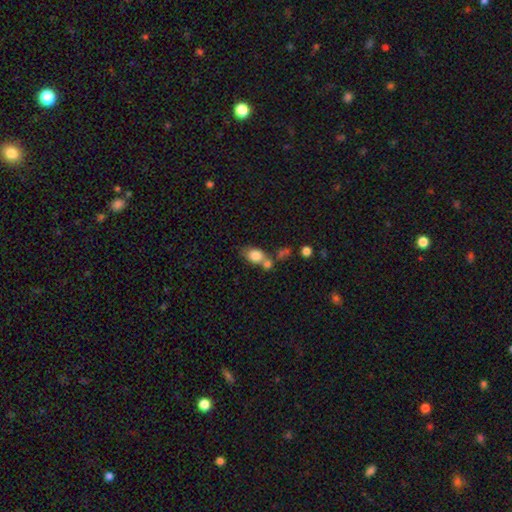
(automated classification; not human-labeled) This appears to be a smooth galaxy with no disk features (79%) that is in between round and cigar-shaped (64%). Merging: merger (47%).